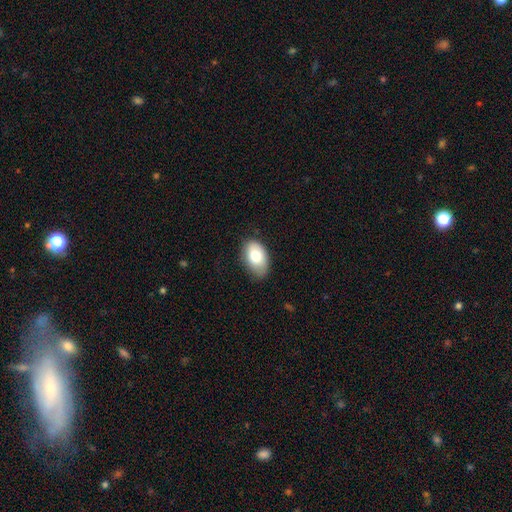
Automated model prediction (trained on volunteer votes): This is likely a smooth galaxy (78%). How rounded: clearly in between (90%). Merging: likely none (73%).